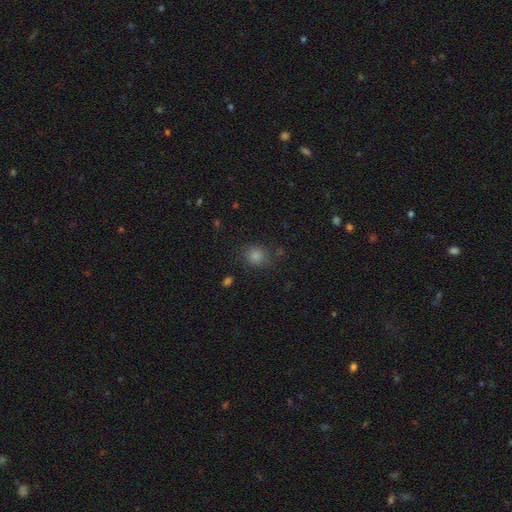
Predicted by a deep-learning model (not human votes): Morphology: type=smooth (75%); roundness=round (73%); merging=none (82%).